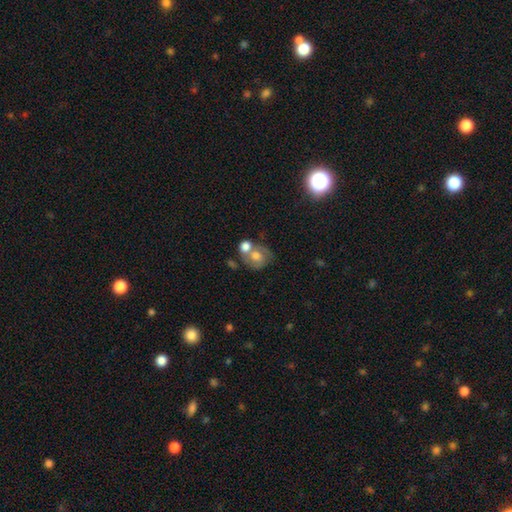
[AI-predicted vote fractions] A featured or disk galaxy (46%, tied with smooth). Merging: merger (46%).